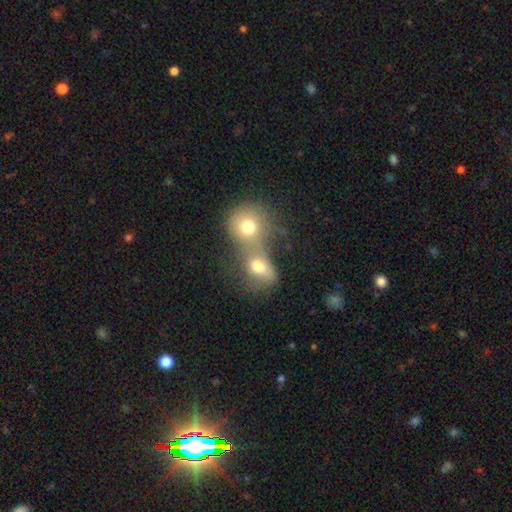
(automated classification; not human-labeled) Morphology: type=smooth (54%); roundness=round (76%); merging=merger (64%).